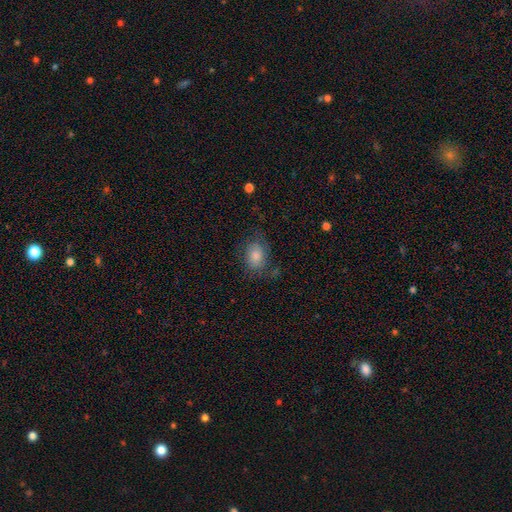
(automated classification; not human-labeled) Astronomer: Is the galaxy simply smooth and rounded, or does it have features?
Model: smooth — 79%.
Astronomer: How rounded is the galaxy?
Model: in between — 73%.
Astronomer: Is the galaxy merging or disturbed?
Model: none — 63%.